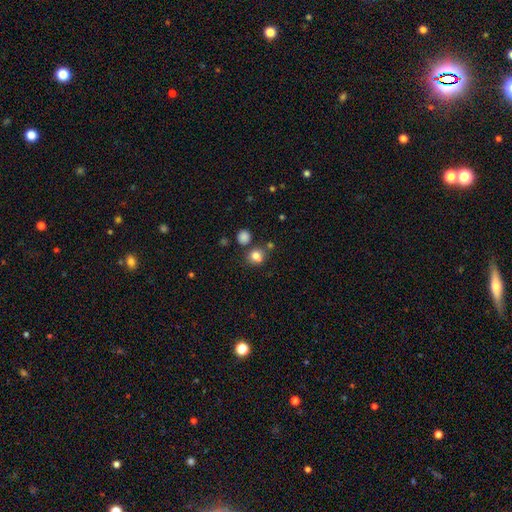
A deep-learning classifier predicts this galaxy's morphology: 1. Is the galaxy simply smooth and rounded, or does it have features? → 80% smooth, 13% star or artifact, 7% featured or disk.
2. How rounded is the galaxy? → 76% round, 23% in between, 1% cigar-shaped.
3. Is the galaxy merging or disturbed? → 70% none, 13% minor disturbance, 13% merger, 4% major disturbance.